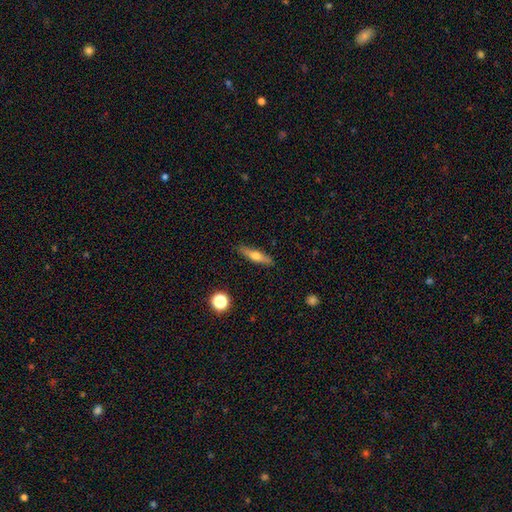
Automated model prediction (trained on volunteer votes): smooth-or-featured: smooth: 53% | featured or disk: 39% | star or artifact: 7%
  how-rounded: cigar-shaped: 76% | in between: 21% | round: 3%
  merging: none: 88% | minor disturbance: 8% | major disturbance: 2% | merger: 1%